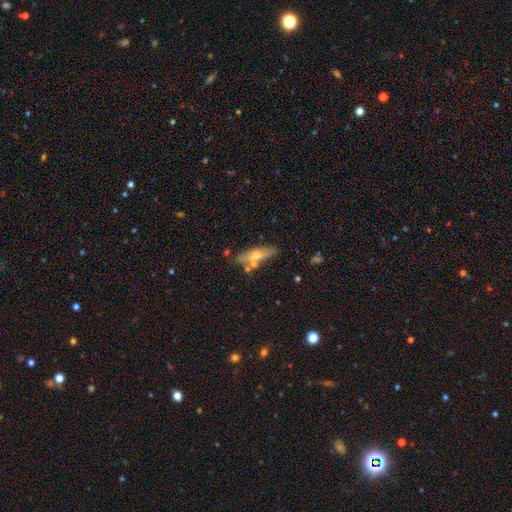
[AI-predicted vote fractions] smooth_or_featured: smooth (p=0.46) [alt: featured or disk p=0.45]
merging: none (p=0.75) [alt: minor disturbance p=0.13]